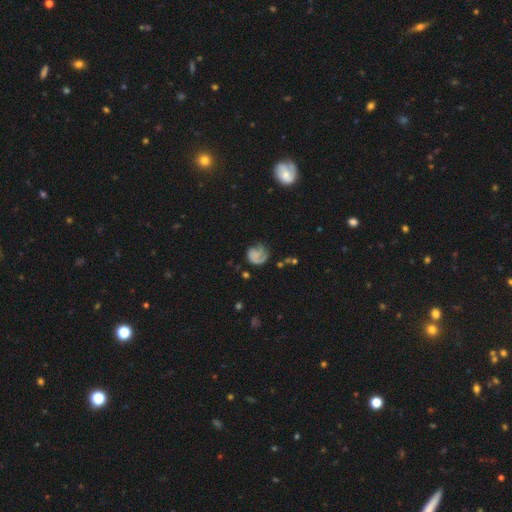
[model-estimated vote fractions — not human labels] Smooth or featured?
  - featured or disk: 53% *
  - smooth: 37%
  - star or artifact: 10%
Edge-on disk?
  - no: 98% *
  - yes: 2%
Bar?
  - no: 80% *
  - weak: 17%
  - strong: 4%
Spiral arms?
  - yes: 80% *
  - no: 20%
Bulge size?
  - none: 68% *
  - small: 16%
  - moderate: 8%
  - large: 5%
  - dominant: 3%
Merging?
  - none: 46% *
  - major disturbance: 27%
  - minor disturbance: 24%
  - merger: 4%